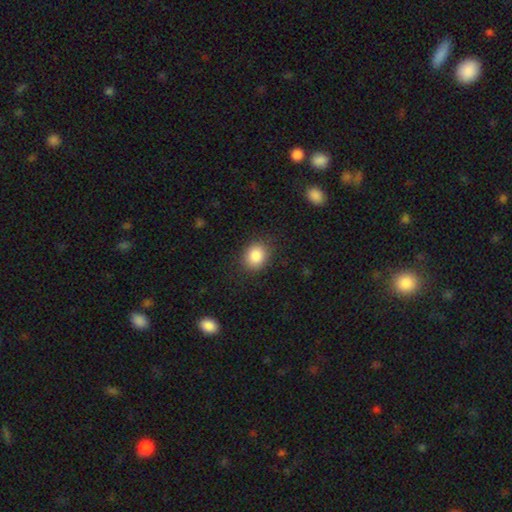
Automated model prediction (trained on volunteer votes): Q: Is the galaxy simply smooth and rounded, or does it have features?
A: smooth — 86%.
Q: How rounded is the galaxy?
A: round — 59%.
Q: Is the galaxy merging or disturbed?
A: none — 84%.